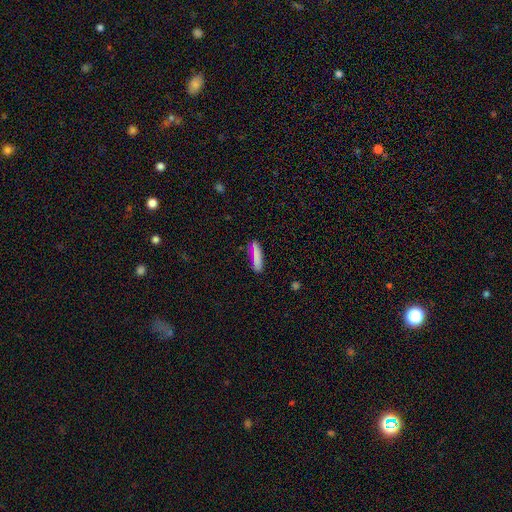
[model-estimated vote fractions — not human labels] smooth_or_featured: smooth (p=0.82) [alt: featured or disk p=0.11]
how_rounded: cigar-shaped (p=0.82) [alt: in between p=0.16]
merging: none (p=0.77) [alt: minor disturbance p=0.16]